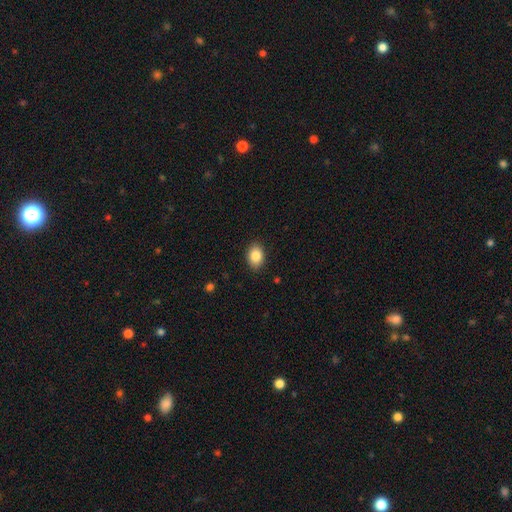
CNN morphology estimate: Smooth or featured: smooth — 86% (star or artifact — 8%)
How rounded: in between — 71% (round — 28%)
Merging: none — 89% (minor disturbance — 8%)